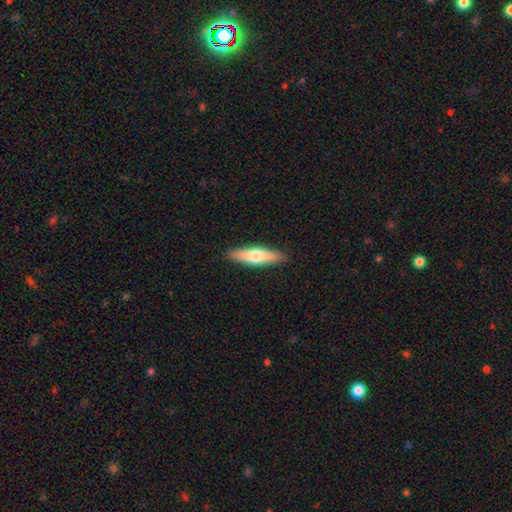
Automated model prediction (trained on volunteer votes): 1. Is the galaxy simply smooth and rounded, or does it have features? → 59% smooth, 35% featured or disk, 6% star or artifact.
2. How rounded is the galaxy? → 71% cigar-shaped, 27% in between, 2% round.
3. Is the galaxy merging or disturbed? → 90% none, 8% minor disturbance, 2% major disturbance, 1% merger.